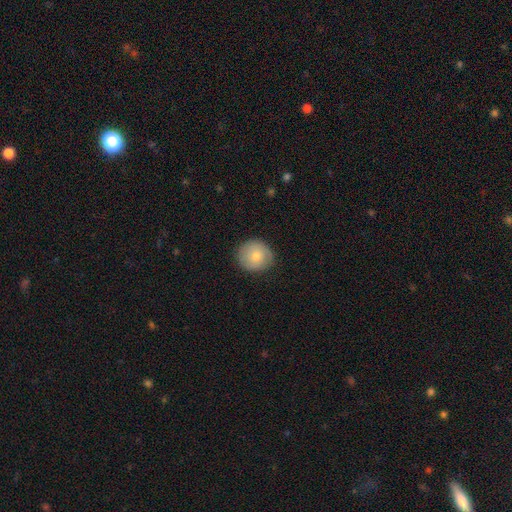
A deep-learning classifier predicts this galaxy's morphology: Smooth or featured? Predicted: smooth (p=0.71). How rounded? Predicted: round (p=0.90). Merging? Predicted: none (p=0.84).